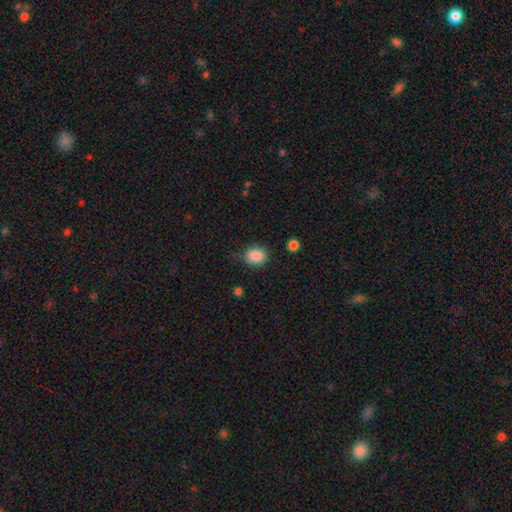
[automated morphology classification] A smooth galaxy with no disk features (88%) that is round (59%).

Vote fractions:
- Smooth or featured? smooth: 88% / star or artifact: 9% / featured or disk: 4%
- How rounded? round: 59% / in between: 40% / cigar-shaped: 1%
- Merging? none: 76% / minor disturbance: 17% / major disturbance: 5% / merger: 2%